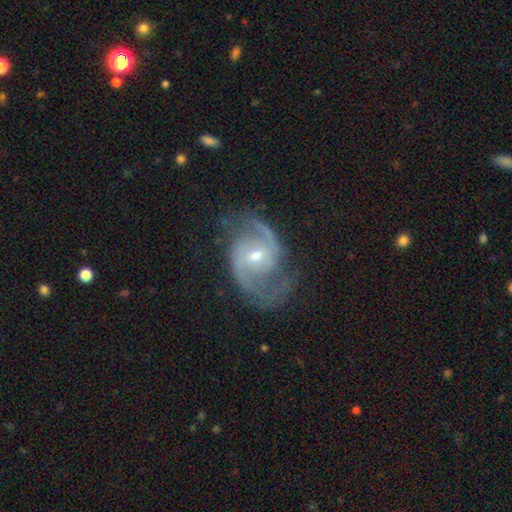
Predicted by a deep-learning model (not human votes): smooth-or-featured: featured or disk: 91% | star or artifact: 5% | smooth: 4%
  disk-edge-on: no: 98% | yes: 2%
    bar: weak: 49% | no: 37% | strong: 14%
    has-spiral-arms: yes: 97% | no: 3%
      spiral-winding: medium: 56% | loose: 22% | tight: 21%
      spiral-arm-count: 2: 91% | can't tell: 3% | 3: 2% | 1: 2% | 4: 1% | more than 4: 1%
    bulge-size: moderate: 55% | small: 41% | large: 2% | none: 1% | dominant: 1%
  merging: none: 73% | minor disturbance: 17% | major disturbance: 9% | merger: 1%